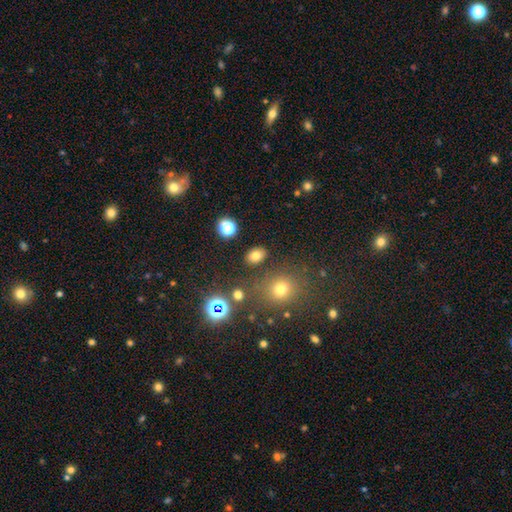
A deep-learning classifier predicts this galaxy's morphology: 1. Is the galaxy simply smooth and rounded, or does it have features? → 75% smooth, 16% star or artifact, 8% featured or disk.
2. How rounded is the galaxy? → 73% in between, 26% round, 1% cigar-shaped.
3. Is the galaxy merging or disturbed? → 84% none, 9% minor disturbance, 4% merger, 3% major disturbance.